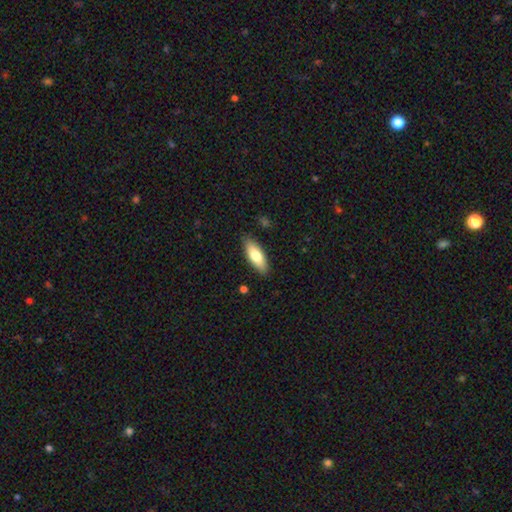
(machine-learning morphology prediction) Smooth or featured? smooth (76%)
How rounded? in between (69%)
Merging? none (87%)